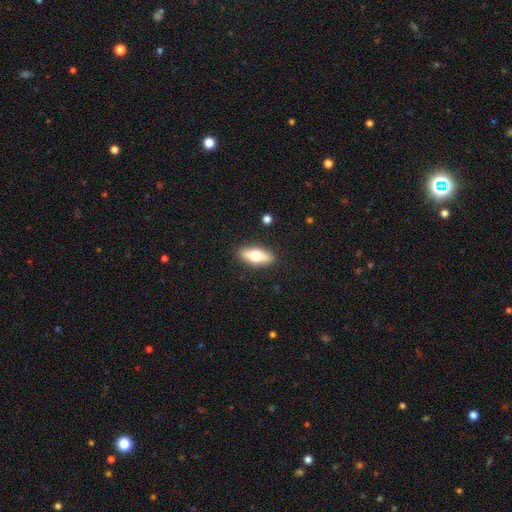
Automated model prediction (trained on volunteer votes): Smooth or featured?
  - smooth: 58% *
  - featured or disk: 35%
  - star or artifact: 7%
How rounded?
  - in between: 68% *
  - cigar-shaped: 28%
  - round: 4%
Merging?
  - none: 89% *
  - minor disturbance: 8%
  - major disturbance: 2%
  - merger: 1%